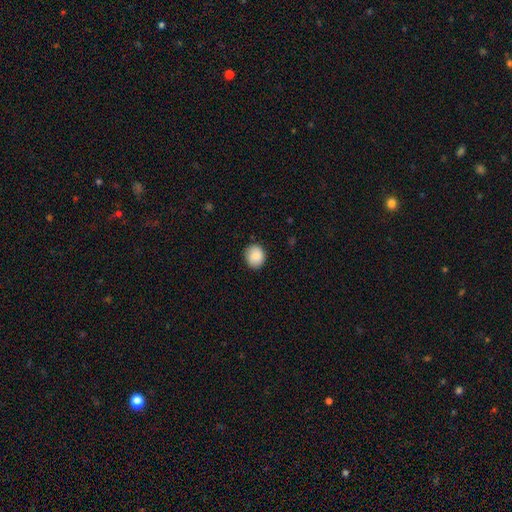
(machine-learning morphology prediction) Smooth or featured: smooth — 87% (star or artifact — 7%)
How rounded: round — 74% (in between — 25%)
Merging: none — 86% (minor disturbance — 11%)